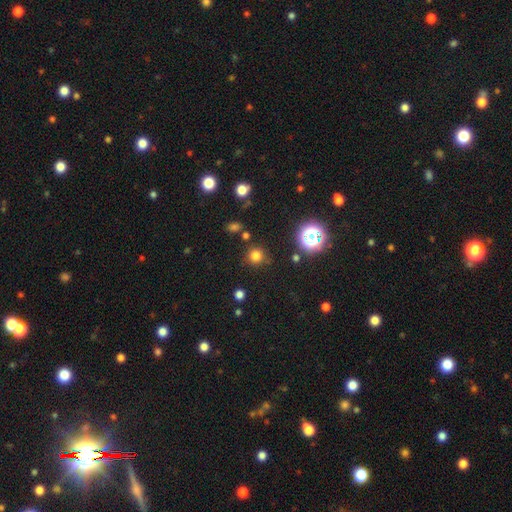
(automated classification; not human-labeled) smooth-or-featured: smooth: 74% | star or artifact: 21% | featured or disk: 5%
  how-rounded: round: 93% | in between: 6% | cigar-shaped: 1%
  merging: none: 84% | minor disturbance: 9% | merger: 4% | major disturbance: 3%